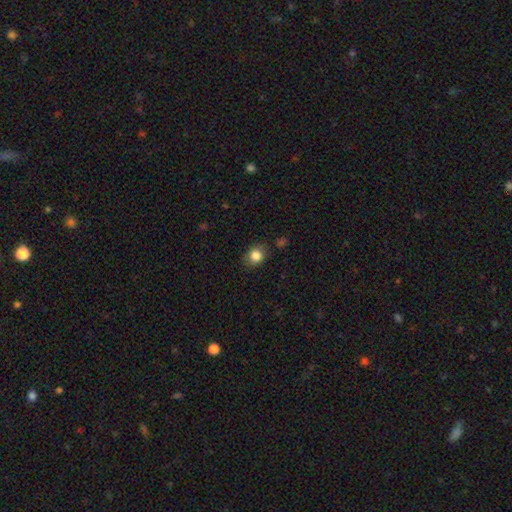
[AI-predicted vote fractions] Q: Smooth or featured?
A: smooth (84%); runner-up: star or artifact (10%)
Q: How rounded?
A: round (63%); runner-up: in between (36%)
Q: Merging?
A: none (81%); runner-up: minor disturbance (14%)